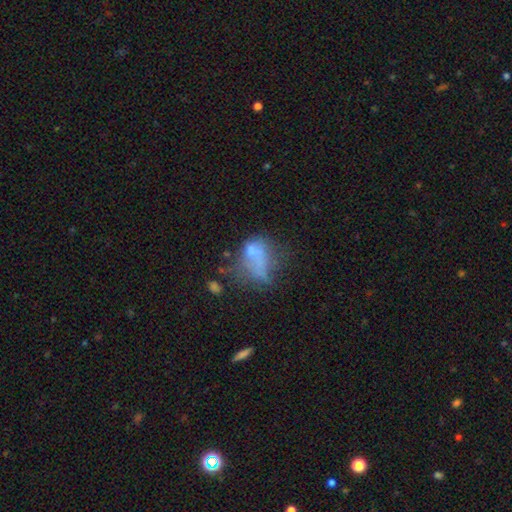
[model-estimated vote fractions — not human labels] Smooth or featured? Predicted: smooth (p=0.46). Merging? Predicted: major disturbance (p=0.38).